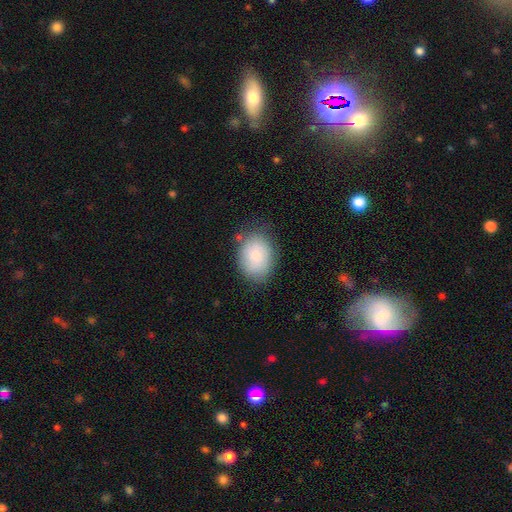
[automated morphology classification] Smooth or featured? smooth (83%)
How rounded? in between (69%)
Merging? none (73%)